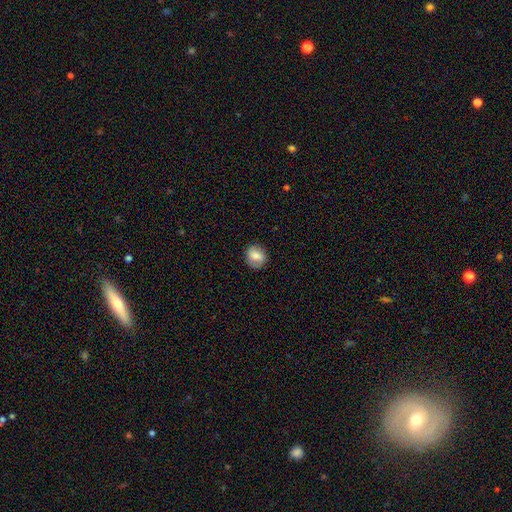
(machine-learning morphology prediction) smooth 74%, featured or disk 18%, star or artifact 8%. Down the decision tree: how rounded — round (71%); merging — none (84%).